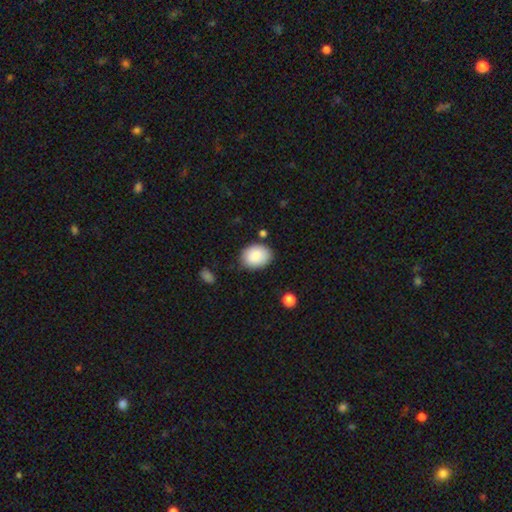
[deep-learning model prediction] A smooth galaxy with no disk features (88%) that is in between round and cigar-shaped (66%). Merging: none (79%).